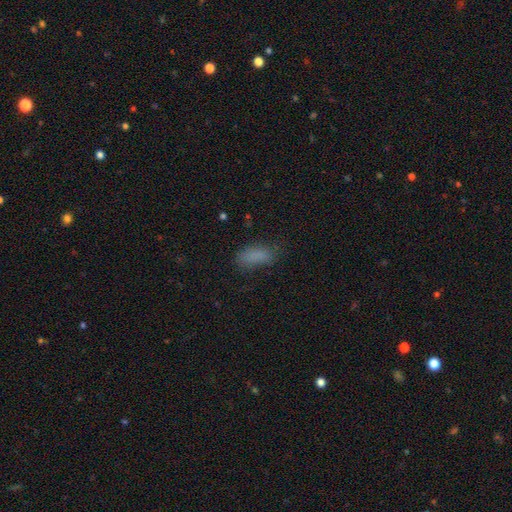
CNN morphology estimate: Smooth or featured? smooth (83%)
How rounded? in between (75%)
Merging? none (69%)